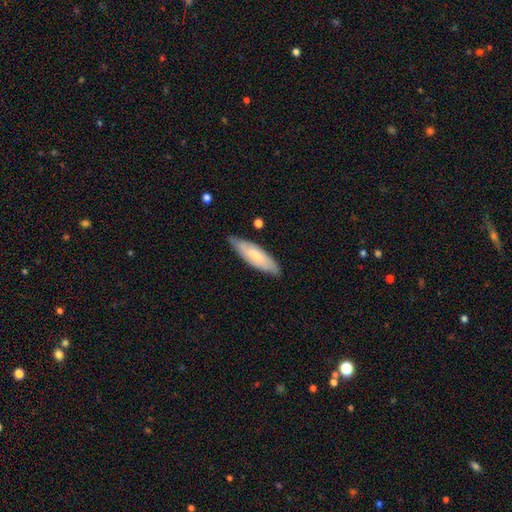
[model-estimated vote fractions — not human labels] A smooth galaxy with no disk features (57%) that is cigar-shaped (52%).

Vote fractions:
- Smooth or featured? smooth: 57% / featured or disk: 37% / star or artifact: 6%
- How rounded? cigar-shaped: 52% / in between: 46% / round: 1%
- Merging? none: 77% / minor disturbance: 19% / major disturbance: 3% / merger: 2%